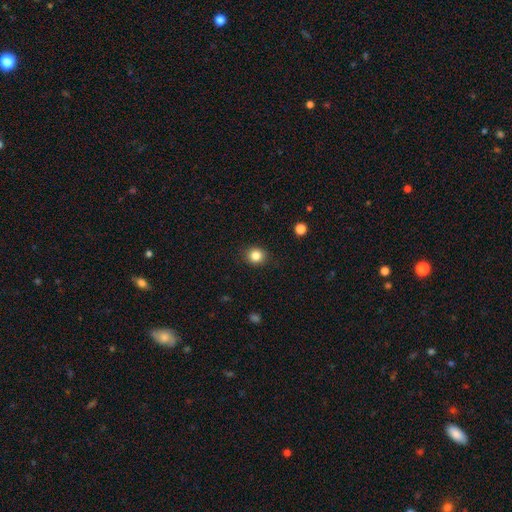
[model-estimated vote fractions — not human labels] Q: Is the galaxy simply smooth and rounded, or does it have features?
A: smooth — 84%.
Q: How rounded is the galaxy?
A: round — 81%.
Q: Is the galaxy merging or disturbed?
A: none — 89%.